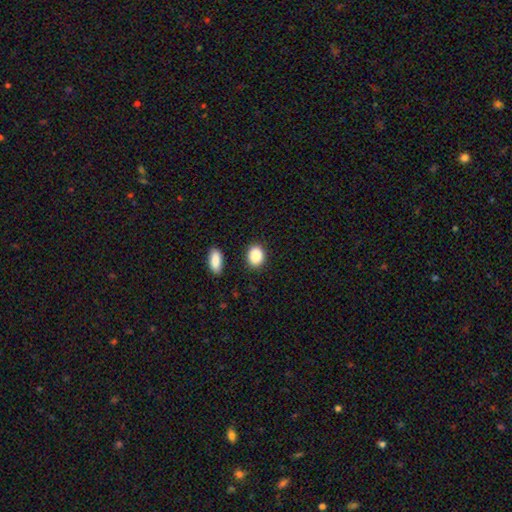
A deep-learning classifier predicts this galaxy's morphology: smooth-or-featured: smooth: 89% | star or artifact: 8% | featured or disk: 3%
  how-rounded: in between: 62% | round: 37% | cigar-shaped: 1%
  merging: none: 84% | minor disturbance: 9% | merger: 3% | major disturbance: 3%